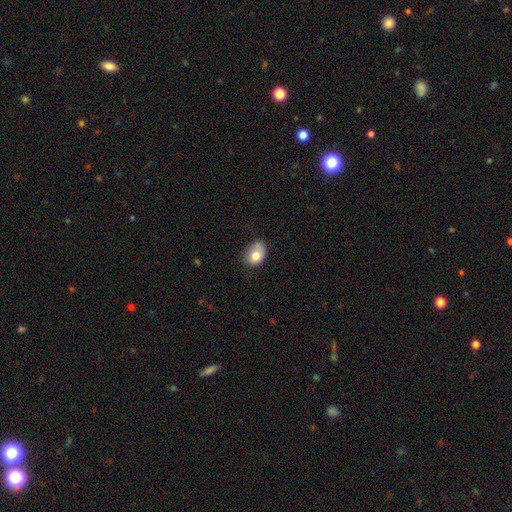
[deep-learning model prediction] The model was most divided on "merging": none: 51%, minor disturbance: 35%, major disturbance: 10%, merger: 3%. More confident: smooth or featured — smooth (76%); how rounded — in between (66%).